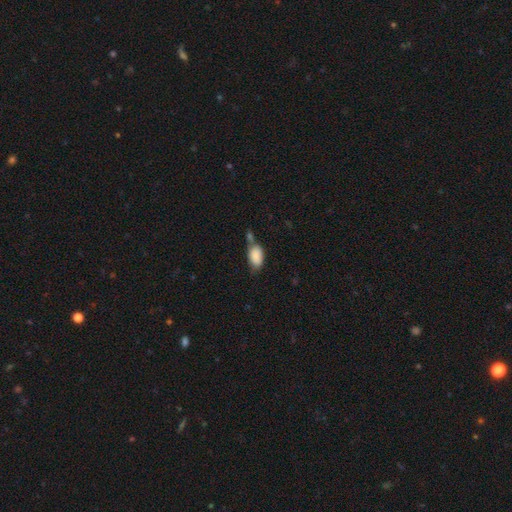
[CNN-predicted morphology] Smooth or featured?
  - smooth: 86% *
  - star or artifact: 7%
  - featured or disk: 7%
How rounded?
  - in between: 91% *
  - round: 7%
  - cigar-shaped: 2%
Merging?
  - none: 39% *
  - merger: 31%
  - minor disturbance: 22%
  - major disturbance: 8%